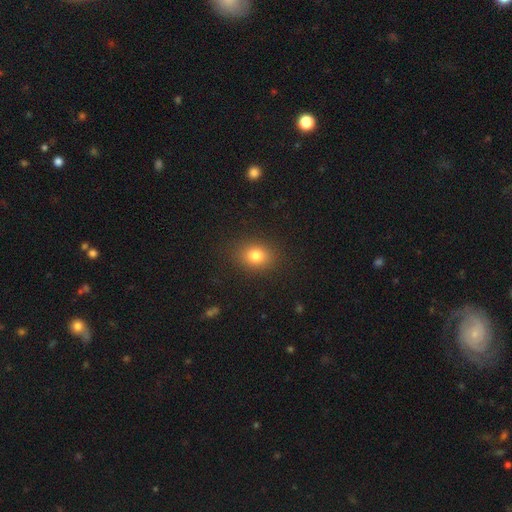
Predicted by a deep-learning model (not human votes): This is likely a smooth galaxy (80%). How rounded: possibly in between (50%). Merging: clearly none (87%).